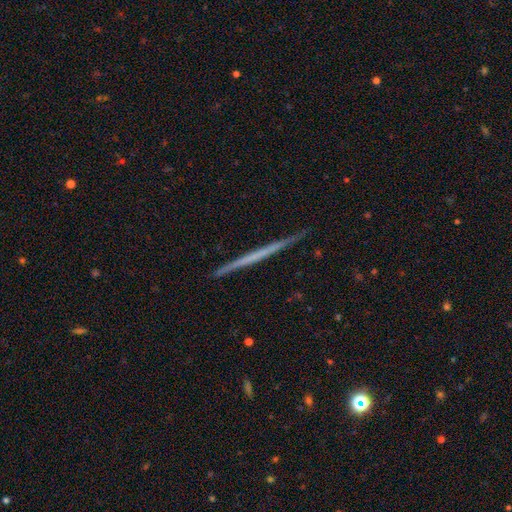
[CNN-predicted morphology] Q: Smooth or featured?
A: featured or disk (61%); runner-up: smooth (34%)
Q: Edge-on disk?
A: yes (98%); runner-up: no (2%)
Q: Edge-on bulge?
A: none (92%); runner-up: rounded (5%)
Q: Merging?
A: none (92%); runner-up: minor disturbance (6%)